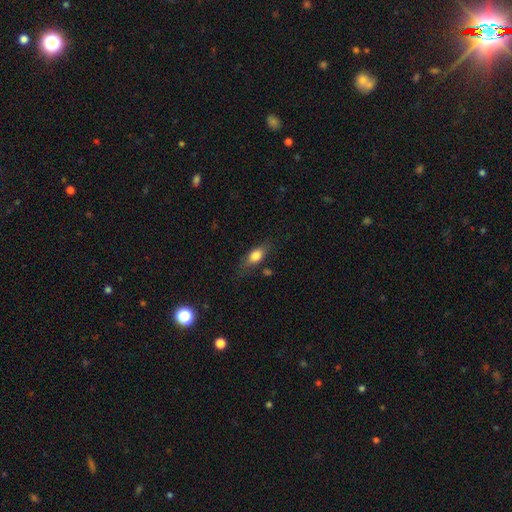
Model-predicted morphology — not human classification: Smooth or featured? smooth (76%)
How rounded? in between (76%)
Merging? none (69%)